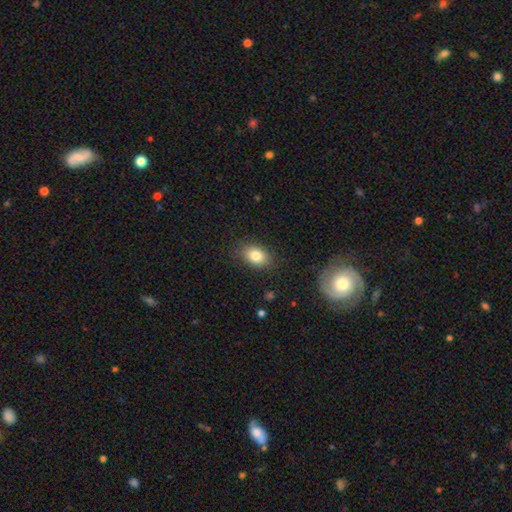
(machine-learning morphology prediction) Smooth or featured? Predicted: smooth (p=0.82). How rounded? Predicted: in between (p=0.81). Merging? Predicted: none (p=0.84).